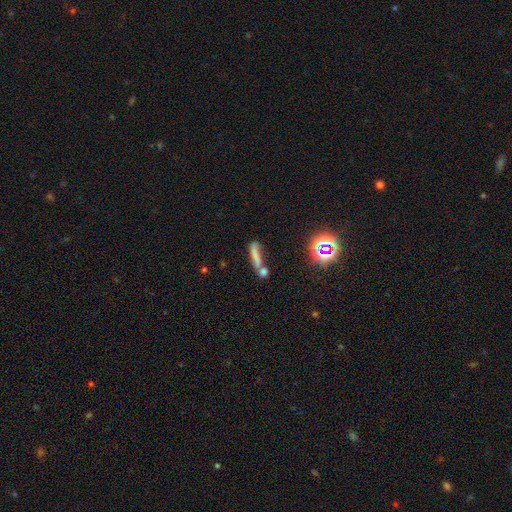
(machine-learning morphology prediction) A smooth galaxy with no disk features (66%) that is cigar-shaped (74%).

Vote fractions:
- Smooth or featured? smooth: 66% / star or artifact: 17% / featured or disk: 17%
- How rounded? cigar-shaped: 74% / in between: 21% / round: 6%
- Merging? none: 40% / merger: 38% / minor disturbance: 14% / major disturbance: 8%